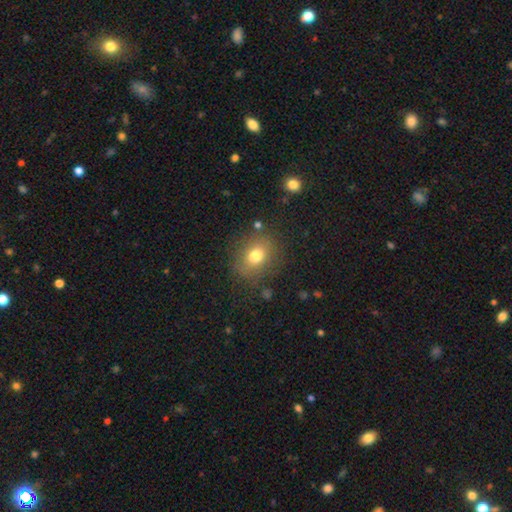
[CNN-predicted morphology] Q: Smooth or featured?
A: smooth (76%); runner-up: star or artifact (12%)
Q: How rounded?
A: round (57%); runner-up: in between (42%)
Q: Merging?
A: none (80%); runner-up: minor disturbance (12%)